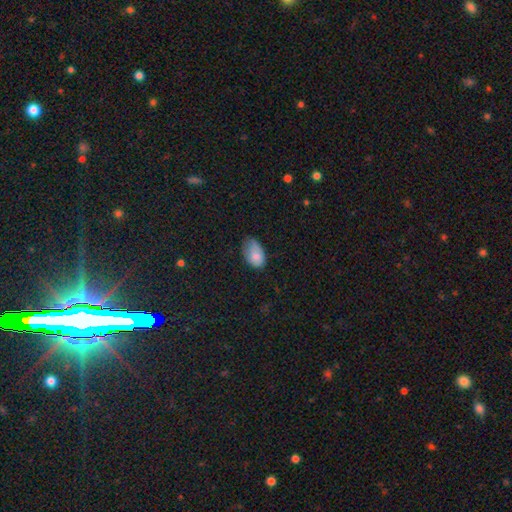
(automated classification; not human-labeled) Smooth or featured? smooth (79%)
How rounded? in between (91%)
Merging? minor disturbance (48%)